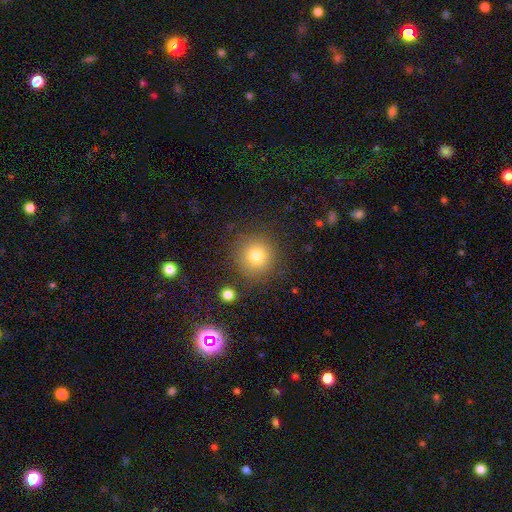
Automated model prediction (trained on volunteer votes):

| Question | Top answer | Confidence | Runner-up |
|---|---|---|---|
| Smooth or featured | smooth | 79% | star or artifact (12%) |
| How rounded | round | 93% | in between (6%) |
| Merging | none | 85% | minor disturbance (9%) |